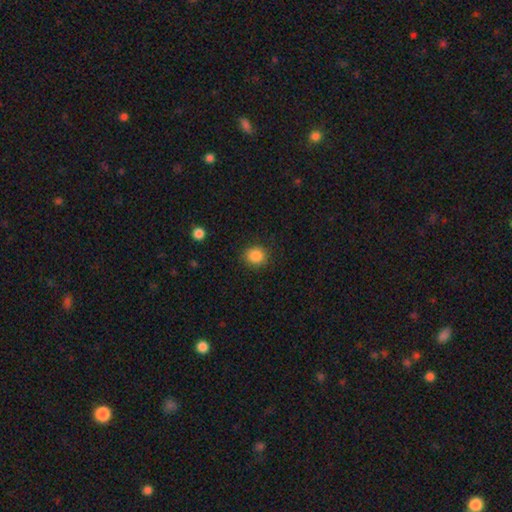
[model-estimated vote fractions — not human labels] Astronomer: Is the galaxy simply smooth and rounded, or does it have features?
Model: smooth — 86%.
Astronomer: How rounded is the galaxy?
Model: round — 87%.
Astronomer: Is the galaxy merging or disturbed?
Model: none — 88%.